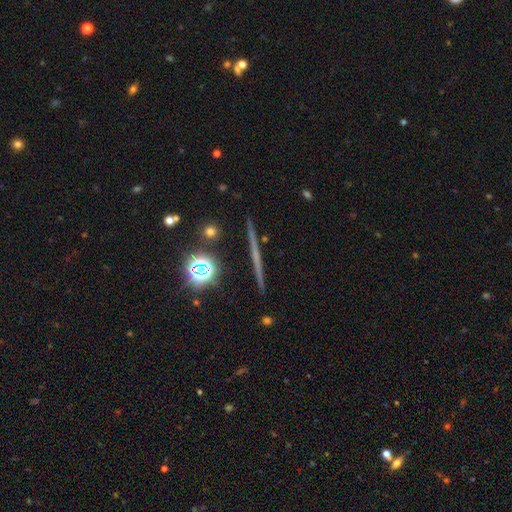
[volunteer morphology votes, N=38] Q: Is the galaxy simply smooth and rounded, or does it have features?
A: featured or disk — 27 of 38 (71%).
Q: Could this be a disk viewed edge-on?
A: yes — 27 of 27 (100%).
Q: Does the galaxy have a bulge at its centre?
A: none — 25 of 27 (93%).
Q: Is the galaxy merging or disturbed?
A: none — 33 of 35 (94%).